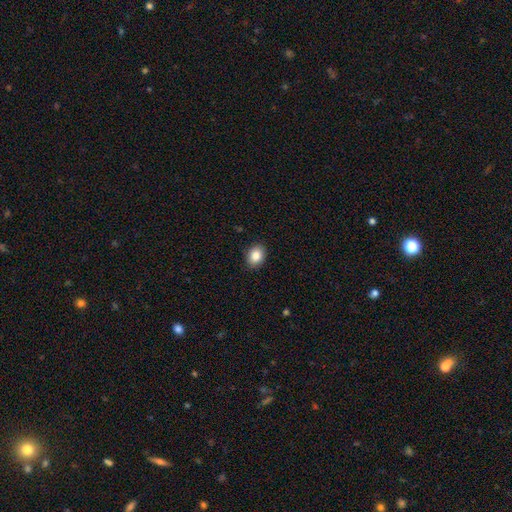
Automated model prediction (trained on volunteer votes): A smooth galaxy with no disk features (86%) that is in between round and cigar-shaped (61%).

Vote fractions:
- Smooth or featured? smooth: 86% / star or artifact: 8% / featured or disk: 6%
- How rounded? in between: 61% / round: 38% / cigar-shaped: 1%
- Merging? none: 89% / minor disturbance: 8% / major disturbance: 2% / merger: 1%